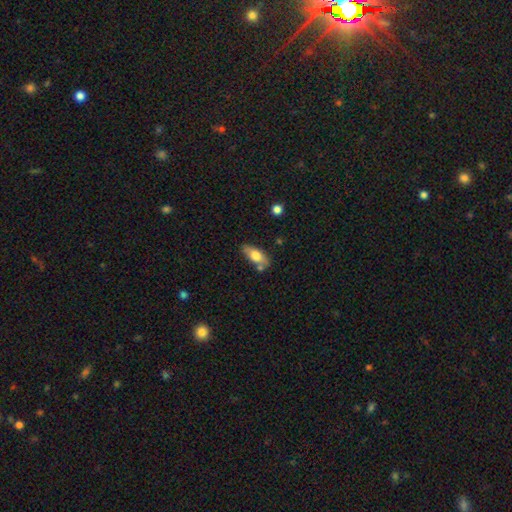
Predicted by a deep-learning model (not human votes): Overall: smooth (71%). How rounded: in between (80%). Merging: none (66%).